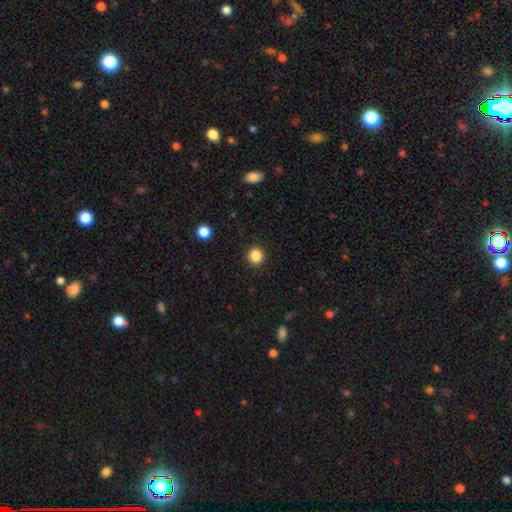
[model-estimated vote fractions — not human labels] Smooth or featured?
  - smooth: 87% *
  - star or artifact: 10%
  - featured or disk: 3%
How rounded?
  - round: 88% *
  - in between: 12%
  - cigar-shaped: 1%
Merging?
  - none: 92% *
  - minor disturbance: 5%
  - major disturbance: 2%
  - merger: 1%